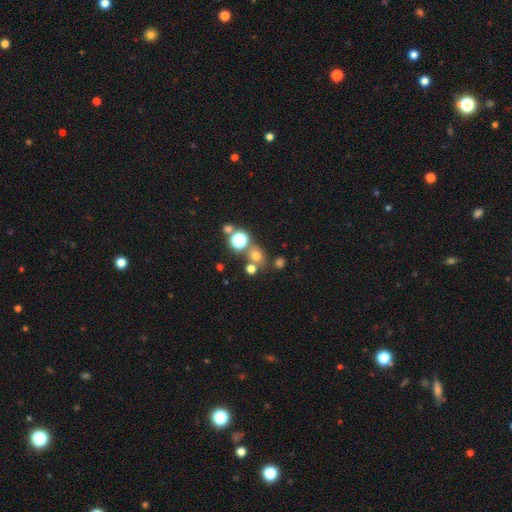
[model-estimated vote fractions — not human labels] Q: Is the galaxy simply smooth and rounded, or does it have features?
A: smooth — 63%.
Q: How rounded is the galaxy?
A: round — 77%.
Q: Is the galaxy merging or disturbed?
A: none — 66%.